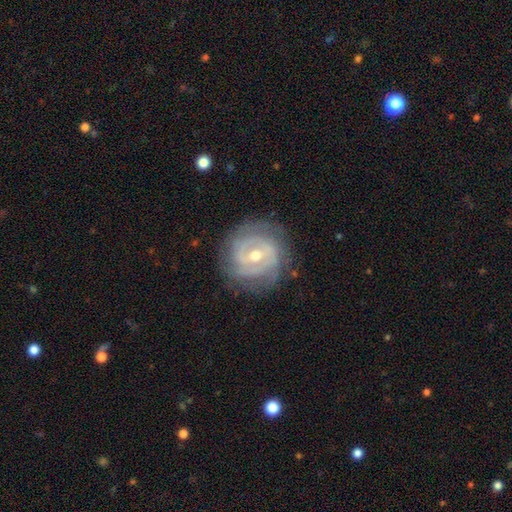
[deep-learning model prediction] smooth_or_featured: featured or disk (p=0.86) [alt: smooth p=0.09]
disk_edge_on: no (p=0.97) [alt: yes p=0.03]
bar: weak (p=0.45) [alt: no p=0.35]
has_spiral_arms: yes (p=0.94) [alt: no p=0.06]
spiral_winding: tight (p=0.68) [alt: medium p=0.26]
spiral_arm_count: 2 (p=0.37) [alt: can't tell p=0.27]
bulge_size: moderate (p=0.56) [alt: small p=0.41]
merging: none (p=0.80) [alt: minor disturbance p=0.13]